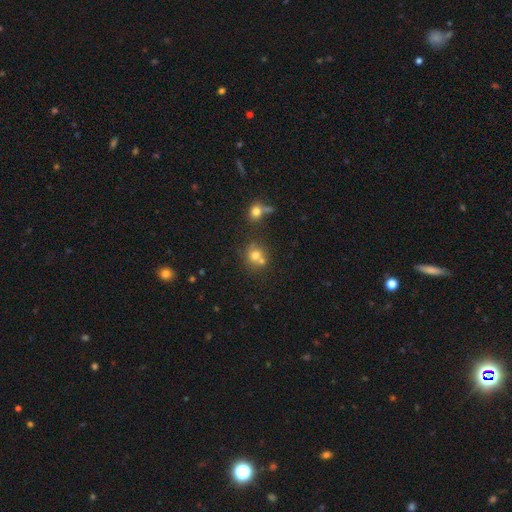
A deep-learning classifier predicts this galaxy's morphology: This is likely a smooth galaxy (71%). How rounded: clearly round (81%). Merging: possibly none (49%).